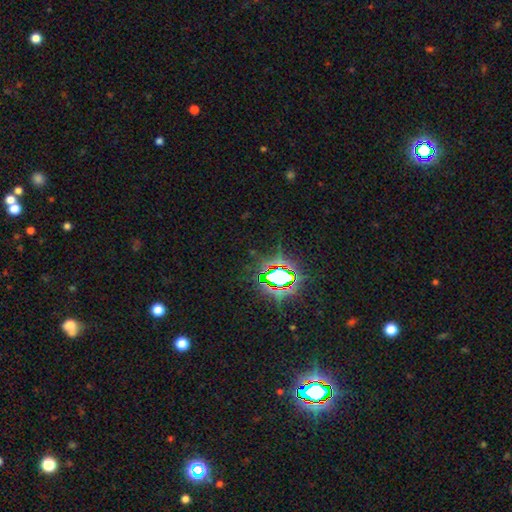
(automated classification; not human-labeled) This appears to be a star or artifact, not a galaxy (81%).